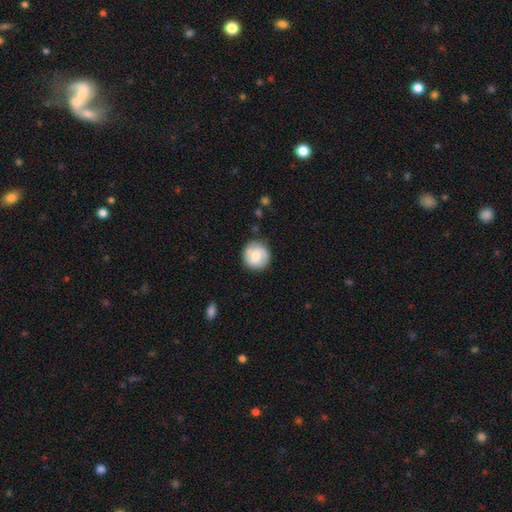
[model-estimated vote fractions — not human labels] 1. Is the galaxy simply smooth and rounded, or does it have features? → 60% smooth, 33% featured or disk, 7% star or artifact.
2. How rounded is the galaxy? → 93% round, 6% in between, 1% cigar-shaped.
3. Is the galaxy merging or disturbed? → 84% none, 12% minor disturbance, 3% major disturbance, 2% merger.